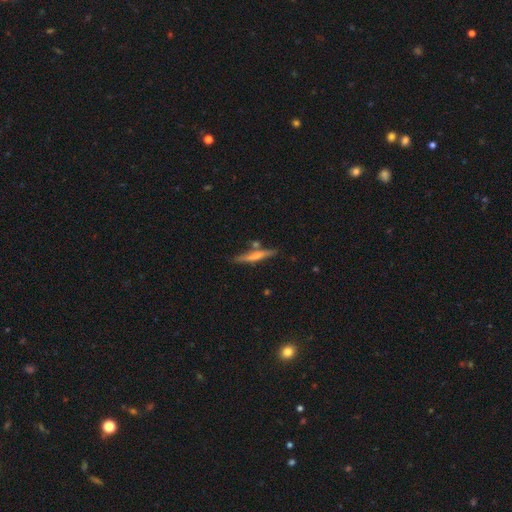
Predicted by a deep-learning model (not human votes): Morphology: type=smooth (51%); roundness=cigar-shaped (92%); merging=none (75%).